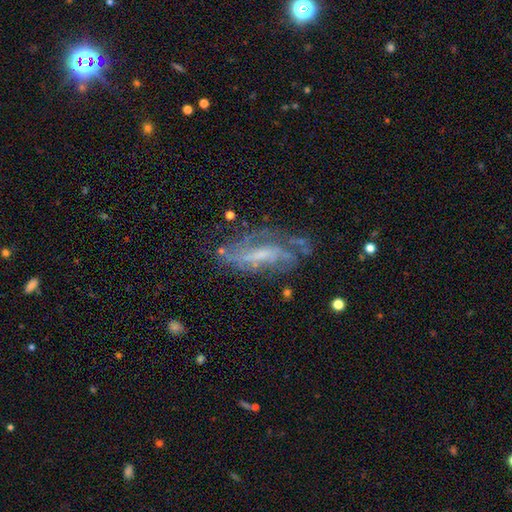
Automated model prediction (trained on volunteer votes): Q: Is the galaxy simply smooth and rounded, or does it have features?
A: featured or disk — 73%.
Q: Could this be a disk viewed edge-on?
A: no — 83%.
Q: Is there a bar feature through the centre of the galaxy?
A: no — 41%.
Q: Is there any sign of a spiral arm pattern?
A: yes — 80%.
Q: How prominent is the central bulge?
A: small — 38%.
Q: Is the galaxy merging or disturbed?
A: none — 58%.